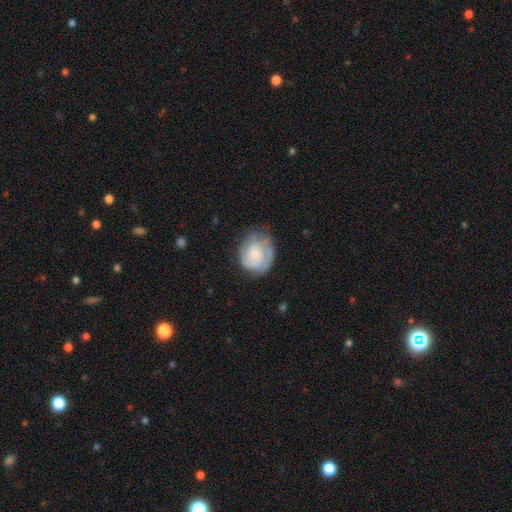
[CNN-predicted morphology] featured or disk 54%, smooth 39%, star or artifact 7%. Down the decision tree: edge-on disk — no (98%); bar — no (73%); spiral arms — yes (83%); bulge size — small (46%); merging — none (66%).